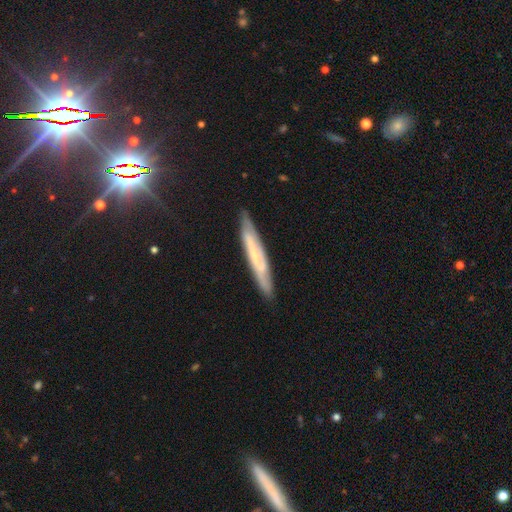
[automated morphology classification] This is possibly a featured or disk galaxy (53%). It is likely viewed edge-on (77%). Merging: clearly none (85%).